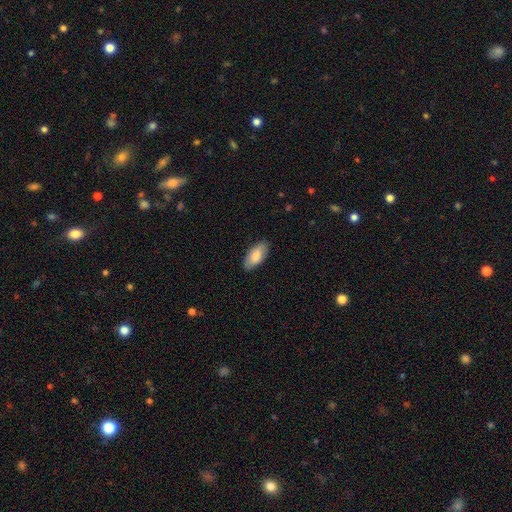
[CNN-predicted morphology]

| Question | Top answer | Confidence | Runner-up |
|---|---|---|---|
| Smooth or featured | smooth | 81% | featured or disk (13%) |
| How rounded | in between | 93% | cigar-shaped (5%) |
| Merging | none | 86% | minor disturbance (11%) |